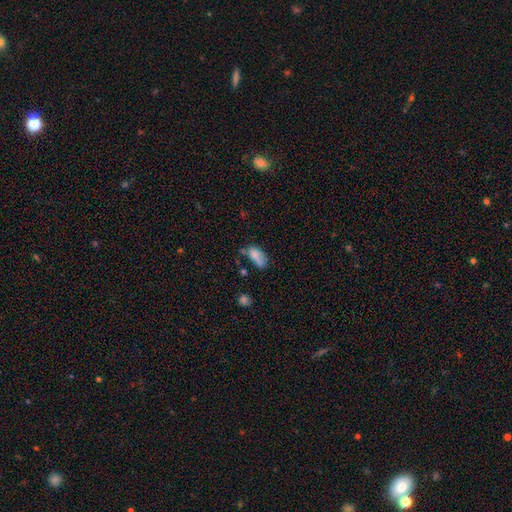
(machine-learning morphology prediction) type=smooth (77%); roundness=in between (89%); merging=none (38%).